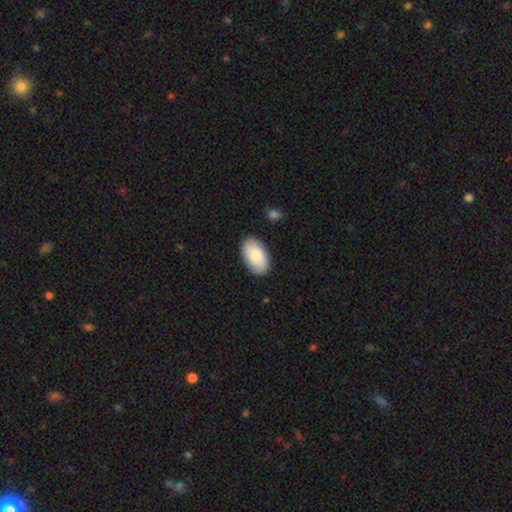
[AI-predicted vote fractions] Smooth or featured: smooth — 82% (featured or disk — 12%)
How rounded: in between — 95% (round — 3%)
Merging: none — 87% (minor disturbance — 10%)